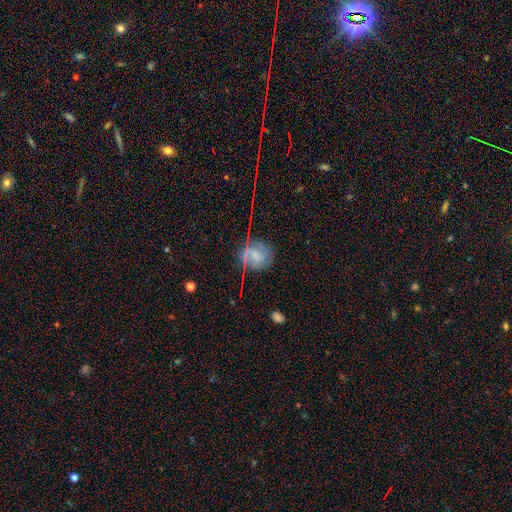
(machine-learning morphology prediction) A featured or disk galaxy (53%) with a weak bar (45%), spiral arms (81%) and a small central bulge (35%).

Vote fractions:
- Smooth or featured? featured or disk: 53% / smooth: 32% / star or artifact: 16%
- Edge-on disk? no: 97% / yes: 3%
- Bar? weak: 45% / no: 39% / strong: 15%
- Spiral arms? yes: 81% / no: 19%
- Bulge size? small: 35% / none: 29% / moderate: 28% / large: 6% / dominant: 2%
- Merging? none: 60% / minor disturbance: 22% / major disturbance: 14% / merger: 5%